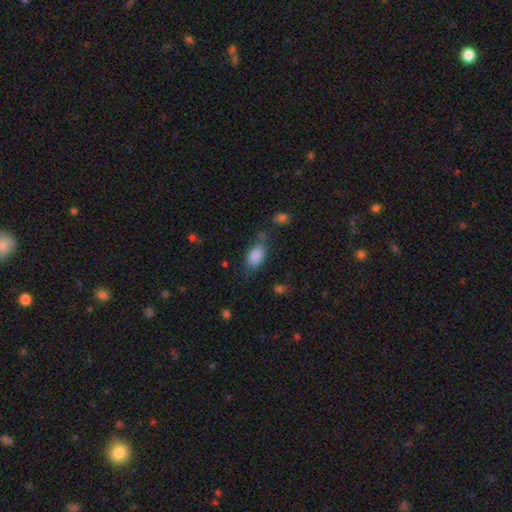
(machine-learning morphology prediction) smooth 86%, star or artifact 8%, featured or disk 6%. Down the decision tree: how rounded — in between (91%); merging — none (61%).